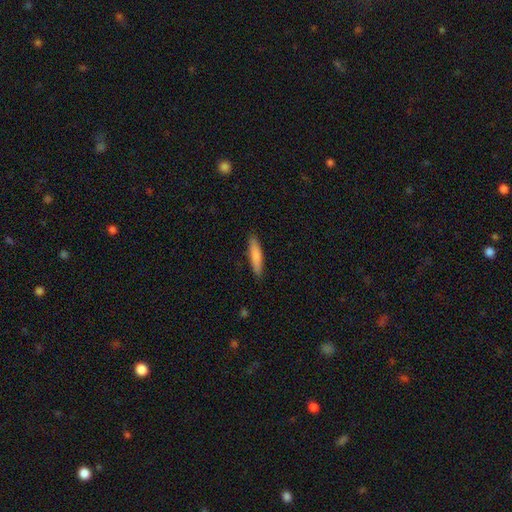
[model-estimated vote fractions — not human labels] The model was most divided on "smooth or featured": smooth: 81%, featured or disk: 13%, star or artifact: 5%. More confident: merging — none (89%); how rounded — cigar-shaped (84%).